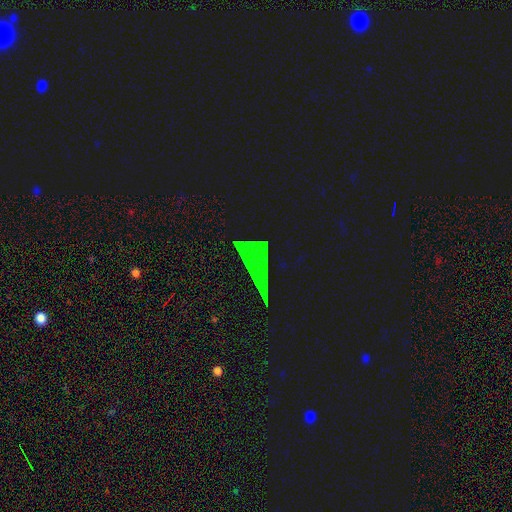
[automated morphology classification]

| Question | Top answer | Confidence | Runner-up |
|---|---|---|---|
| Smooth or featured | star or artifact | 77% | smooth (14%) |